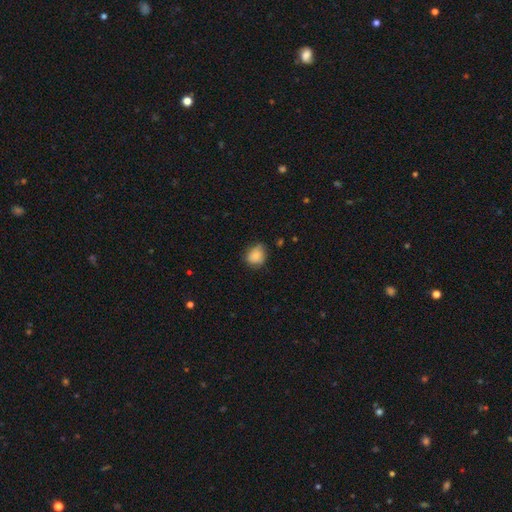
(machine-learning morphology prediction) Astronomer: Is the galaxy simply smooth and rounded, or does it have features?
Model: smooth — 82%.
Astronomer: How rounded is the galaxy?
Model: round — 57% (runner-up: in between, 42%).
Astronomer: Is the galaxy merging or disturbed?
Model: none — 58% (runner-up: minor disturbance, 34%).